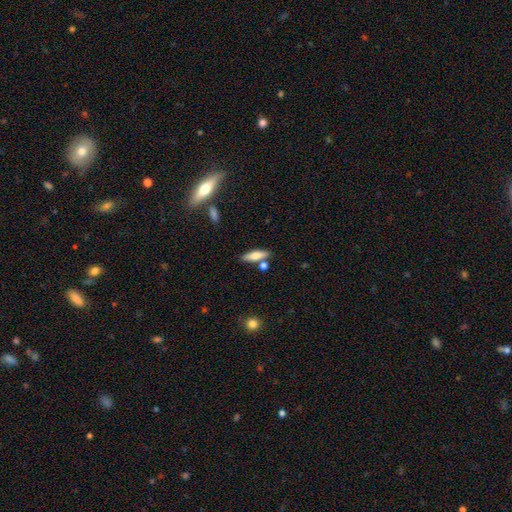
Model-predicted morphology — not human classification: Smooth or featured? smooth (66%)
How rounded? cigar-shaped (61%)
Merging? none (75%)